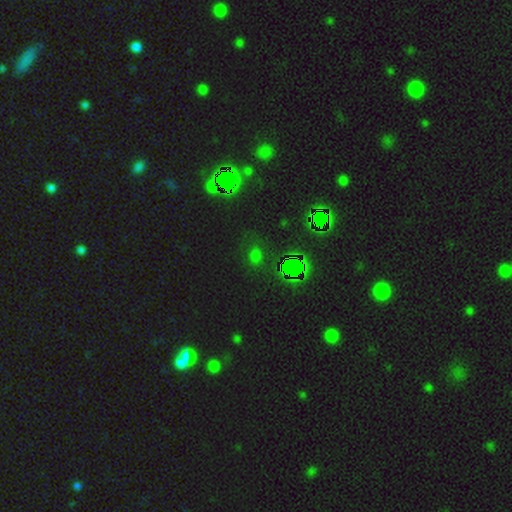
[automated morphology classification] smooth_or_featured: star or artifact (p=0.60) [alt: smooth p=0.32]